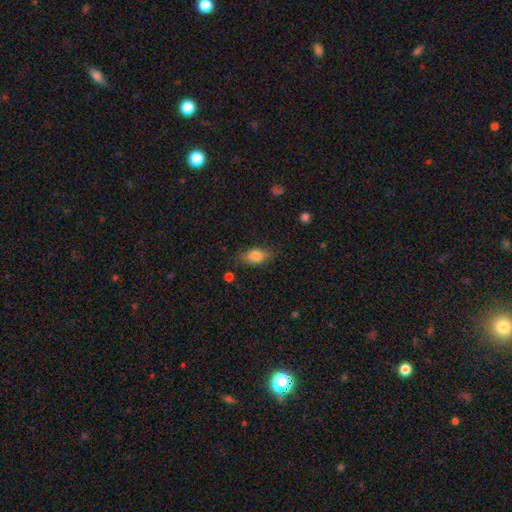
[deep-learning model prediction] Overall: smooth (81%). How rounded: in between (82%). Merging: none (75%).